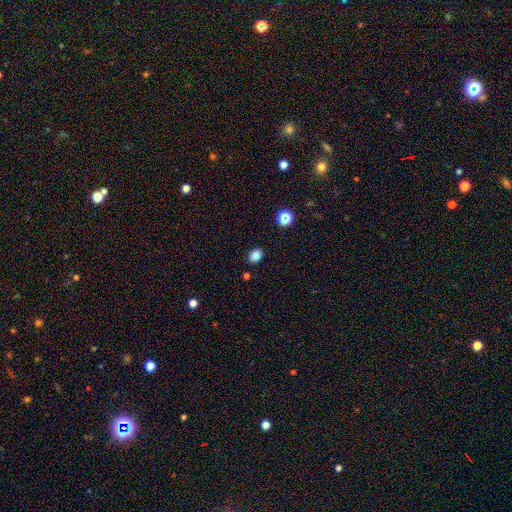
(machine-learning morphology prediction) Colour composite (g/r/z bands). It shows a smooth galaxy with no disk features (83%) that is in between round and cigar-shaped (65%). Merging: none (86%).